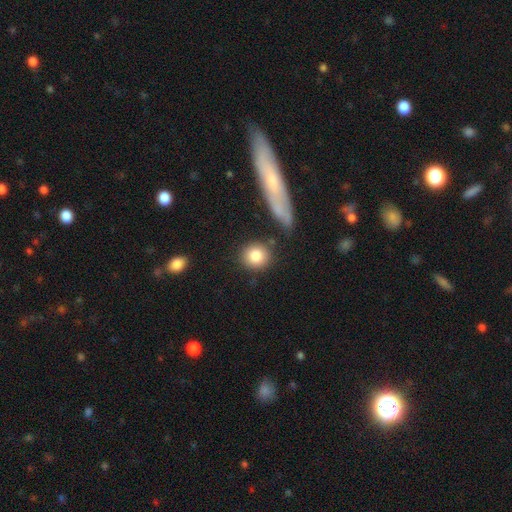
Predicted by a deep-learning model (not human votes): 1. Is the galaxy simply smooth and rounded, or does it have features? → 84% smooth, 8% featured or disk, 8% star or artifact.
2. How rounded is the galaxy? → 83% round, 15% in between, 2% cigar-shaped.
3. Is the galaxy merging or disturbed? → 78% none, 11% minor disturbance, 7% merger, 4% major disturbance.